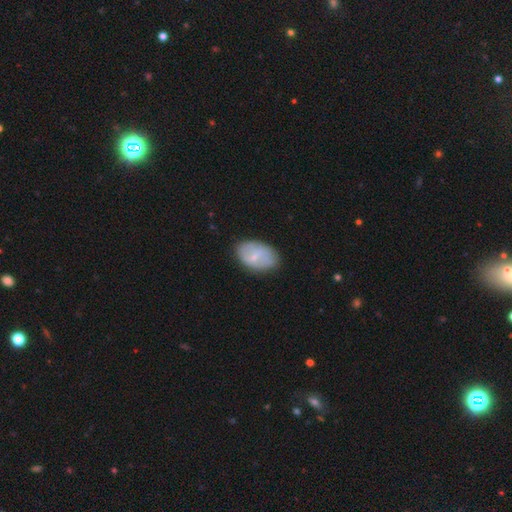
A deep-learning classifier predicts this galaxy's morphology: smooth-or-featured: smooth: 54% | featured or disk: 39% | star or artifact: 7%
  how-rounded: in between: 87% | round: 12% | cigar-shaped: 1%
  merging: none: 78% | minor disturbance: 17% | major disturbance: 4% | merger: 1%